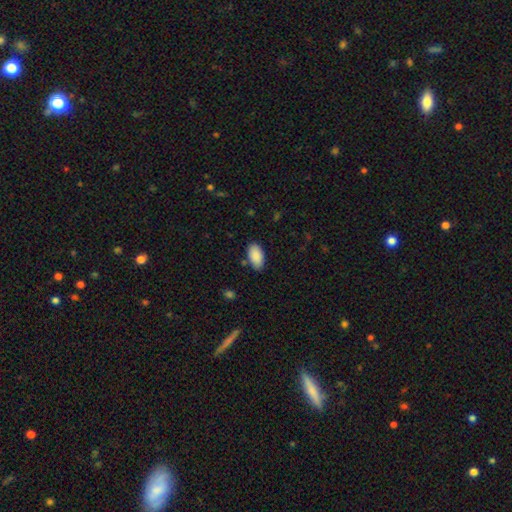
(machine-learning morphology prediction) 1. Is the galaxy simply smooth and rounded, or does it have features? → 90% smooth, 6% star or artifact, 4% featured or disk.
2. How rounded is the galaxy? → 95% in between, 3% round, 2% cigar-shaped.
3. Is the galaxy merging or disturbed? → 82% none, 13% minor disturbance, 3% major disturbance, 2% merger.